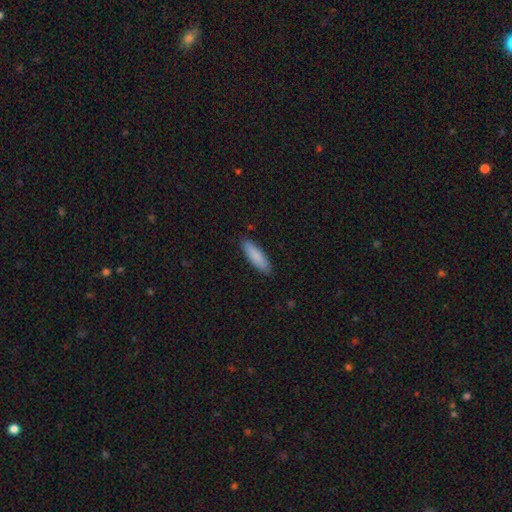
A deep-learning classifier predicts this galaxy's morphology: smooth_or_featured: smooth (p=0.86) [alt: featured or disk p=0.08]
how_rounded: cigar-shaped (p=0.60) [alt: in between p=0.39]
merging: none (p=0.87) [alt: minor disturbance p=0.10]